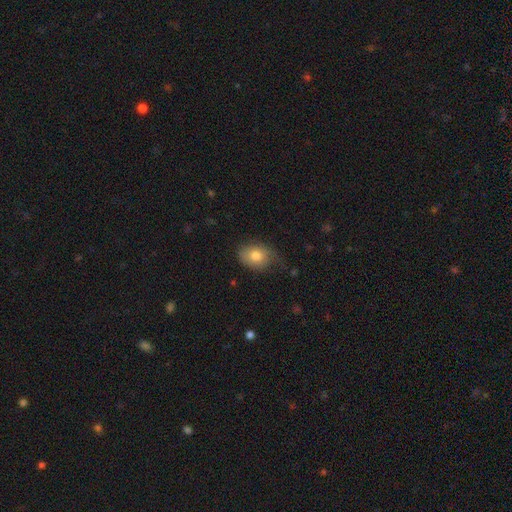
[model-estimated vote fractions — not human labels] Smooth or featured: smooth — 76% (featured or disk — 16%)
How rounded: in between — 64% (round — 35%)
Merging: none — 57% (minor disturbance — 31%)